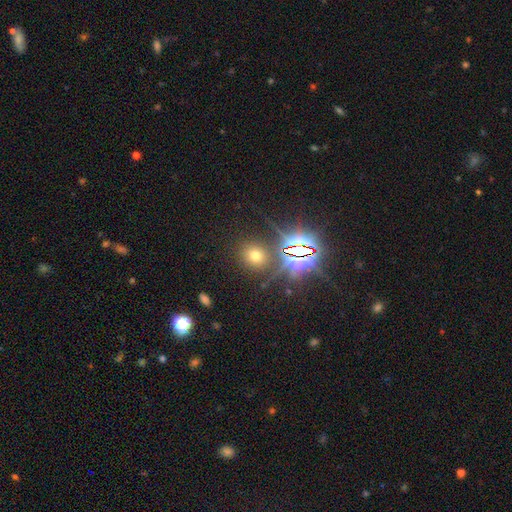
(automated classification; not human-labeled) This appears to be a smooth galaxy with no disk features (55%) that is round (78%). Merging: none (82%).